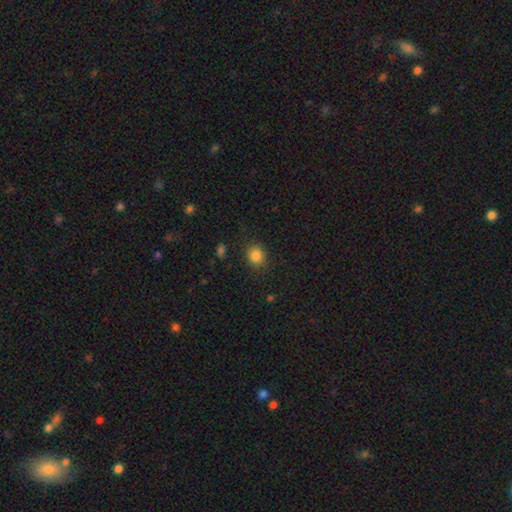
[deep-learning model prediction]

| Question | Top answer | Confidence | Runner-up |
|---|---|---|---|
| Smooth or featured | smooth | 85% | star or artifact (11%) |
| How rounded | round | 68% | in between (31%) |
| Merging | none | 87% | minor disturbance (9%) |